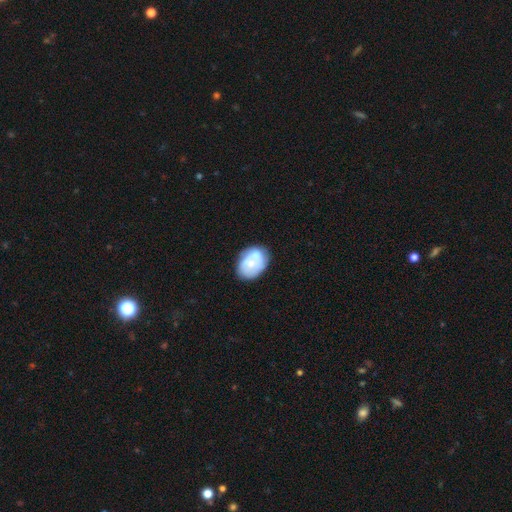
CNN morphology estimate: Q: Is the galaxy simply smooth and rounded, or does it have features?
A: smooth — 53%.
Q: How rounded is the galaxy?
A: in between — 73%.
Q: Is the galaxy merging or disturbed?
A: none — 58%.